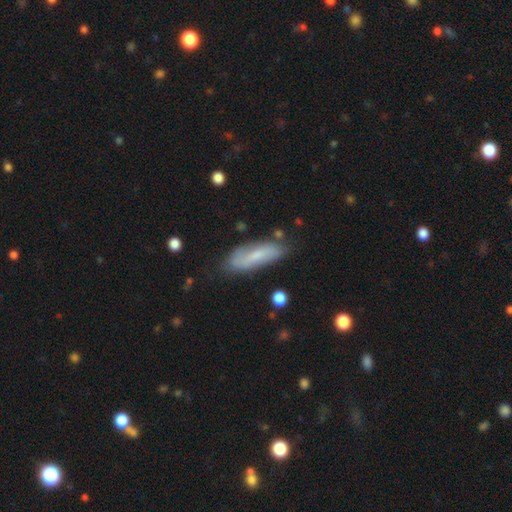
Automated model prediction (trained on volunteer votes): A smooth galaxy with no disk features (57%) that is in between round and cigar-shaped (54%).

Vote fractions:
- Smooth or featured? smooth: 57% / featured or disk: 35% / star or artifact: 7%
- How rounded? in between: 54% / cigar-shaped: 44% / round: 2%
- Merging? none: 73% / minor disturbance: 19% / major disturbance: 5% / merger: 3%